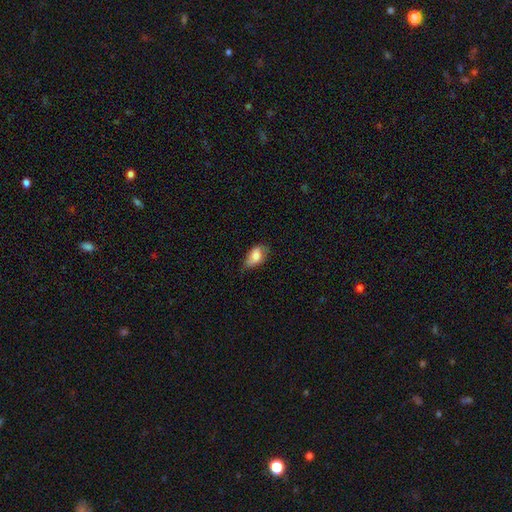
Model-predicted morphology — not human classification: This appears to be a smooth galaxy with no disk features (76%) that is in between round and cigar-shaped (91%). Merging: none (60%).